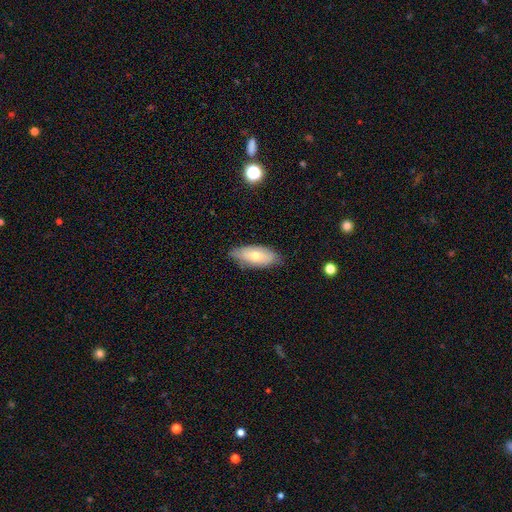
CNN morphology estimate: Overall: smooth (65%; featured or disk 29%). How rounded: in between (88%). Merging: none (72%).